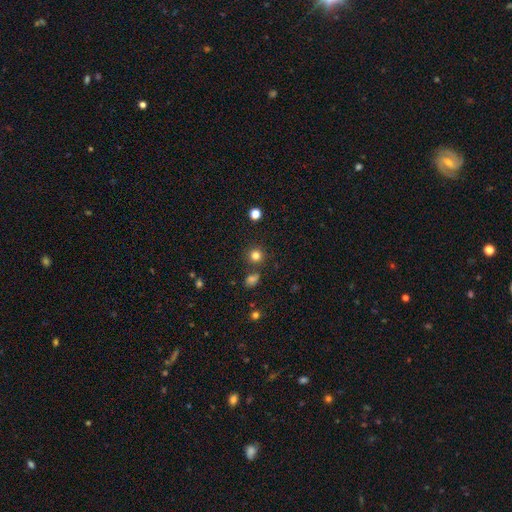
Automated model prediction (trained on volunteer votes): Morphology: type=smooth (80%); roundness=round (92%); merging=none (83%).